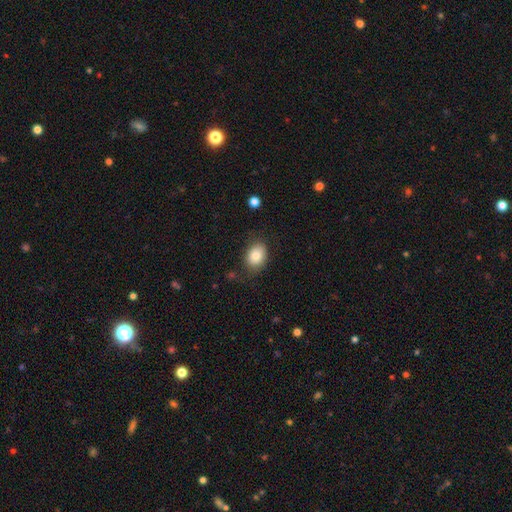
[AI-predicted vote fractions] smooth-or-featured: smooth: 81% | featured or disk: 10% | star or artifact: 9%
  how-rounded: in between: 68% | round: 31% | cigar-shaped: 1%
  merging: none: 76% | minor disturbance: 17% | major disturbance: 5% | merger: 2%